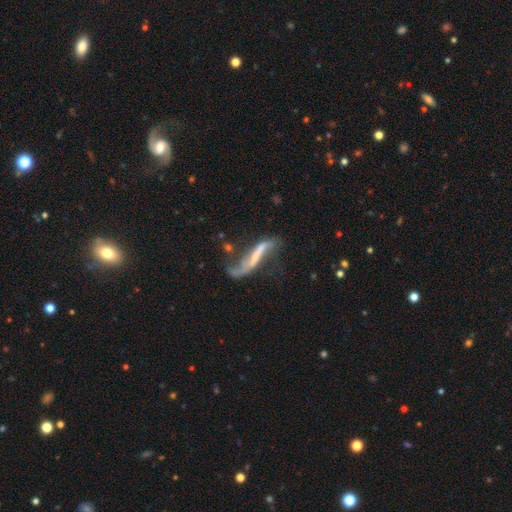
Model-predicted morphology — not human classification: Smooth or featured?
  - featured or disk: 75% *
  - smooth: 17%
  - star or artifact: 7%
Edge-on disk?
  - no: 78% *
  - yes: 22%
Bar?
  - strong: 49% *
  - weak: 27%
  - no: 24%
Spiral arms?
  - yes: 78% *
  - no: 22%
Bulge size?
  - none: 39% * (tied)
  - small: 39% * (tied)
  - moderate: 18%
  - large: 3%
  - dominant: 2%
Merging?
  - none: 36% *
  - major disturbance: 32%
  - minor disturbance: 20%
  - merger: 12%